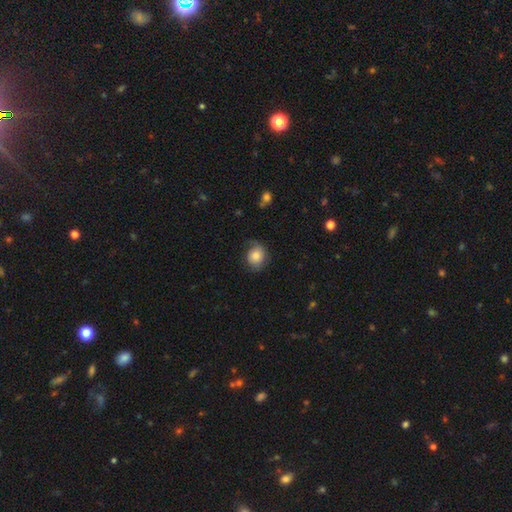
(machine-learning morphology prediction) Smooth or featured?
  - smooth: 75% *
  - featured or disk: 17%
  - star or artifact: 8%
How rounded?
  - round: 67% *
  - in between: 32%
  - cigar-shaped: 1%
Merging?
  - none: 60% *
  - minor disturbance: 28%
  - major disturbance: 11%
  - merger: 1%